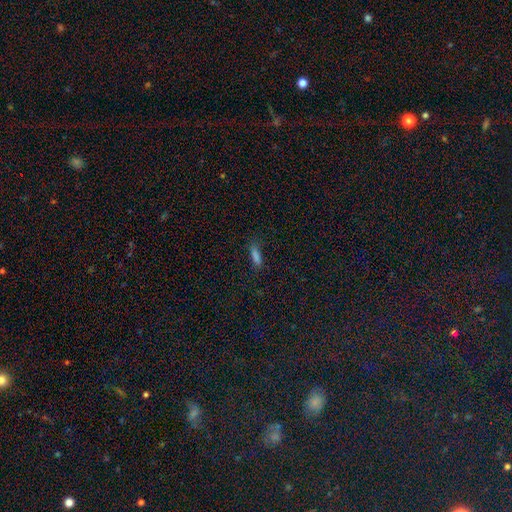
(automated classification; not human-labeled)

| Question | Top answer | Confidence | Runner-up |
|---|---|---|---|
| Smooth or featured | smooth | 71% | star or artifact (19%) |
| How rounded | cigar-shaped | 62% | in between (35%) |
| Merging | none | 71% | minor disturbance (19%) |